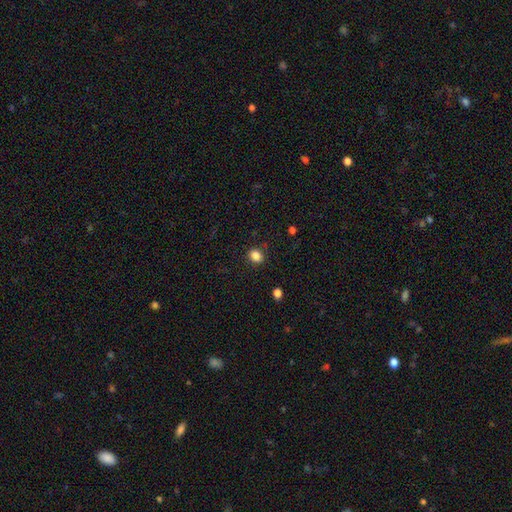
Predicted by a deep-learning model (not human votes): The model was most divided on "how rounded": round: 59%, in between: 40%, cigar-shaped: 1%. More confident: merging — none (86%); smooth or featured — smooth (85%).